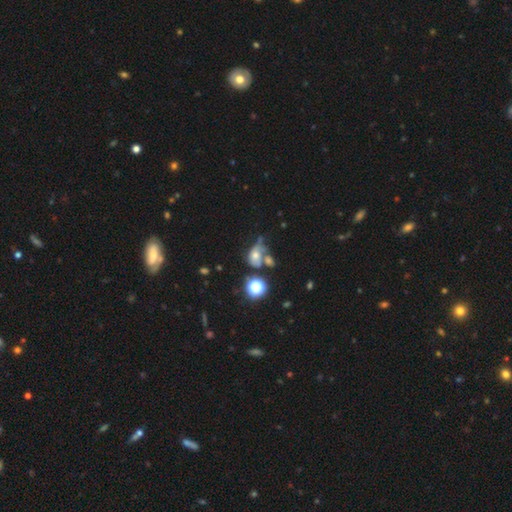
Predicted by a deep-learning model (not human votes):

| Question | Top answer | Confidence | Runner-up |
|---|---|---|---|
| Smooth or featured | smooth | 54% | featured or disk (26%) |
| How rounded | in between | 62% | round (36%) |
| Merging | merger | 32% | none (28%) |